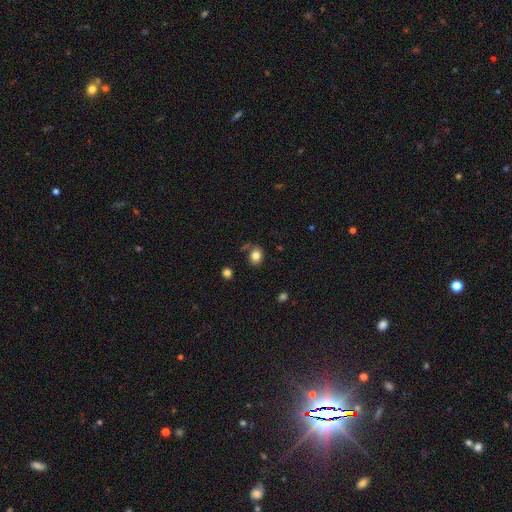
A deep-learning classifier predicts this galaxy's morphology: A smooth galaxy with no disk features (82%) that is round (51%). Merging: none (72%).